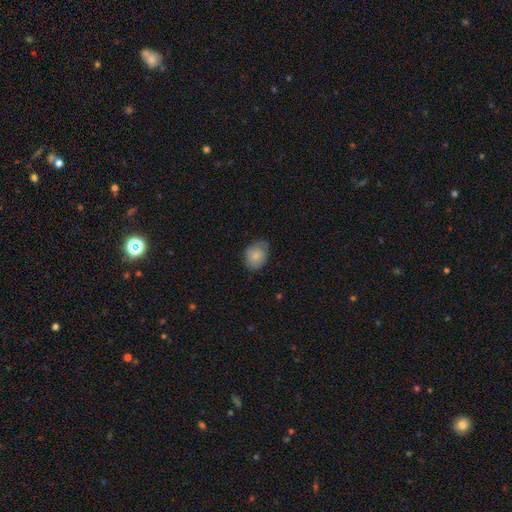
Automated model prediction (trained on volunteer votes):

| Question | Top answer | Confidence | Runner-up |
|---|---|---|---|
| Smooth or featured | smooth | 80% | featured or disk (12%) |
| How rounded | in between | 56% | round (43%) |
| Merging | none | 67% | minor disturbance (27%) |